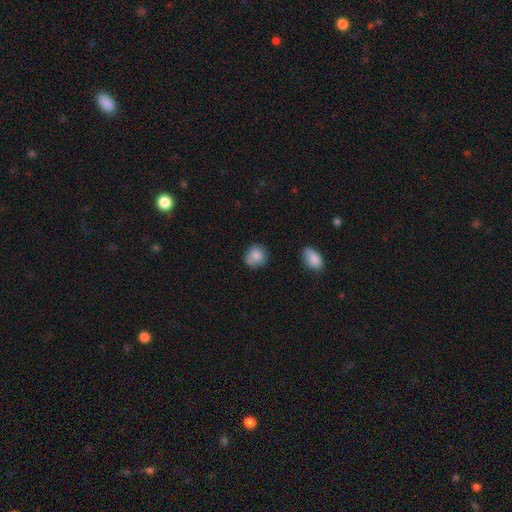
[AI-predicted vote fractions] The model was most divided on "merging": none: 70%, minor disturbance: 21%, major disturbance: 5%, merger: 4%. More confident: how rounded — round (84%); smooth or featured — smooth (84%).